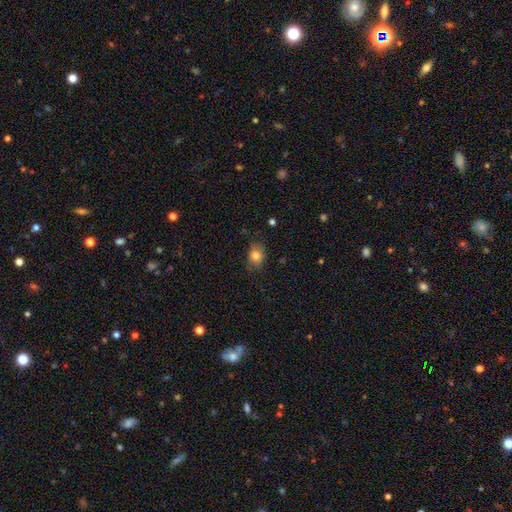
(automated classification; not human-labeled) smooth_or_featured: smooth (p=0.81) [alt: star or artifact p=0.10]
how_rounded: in between (p=0.54) [alt: round p=0.45]
merging: none (p=0.75) [alt: minor disturbance p=0.20]